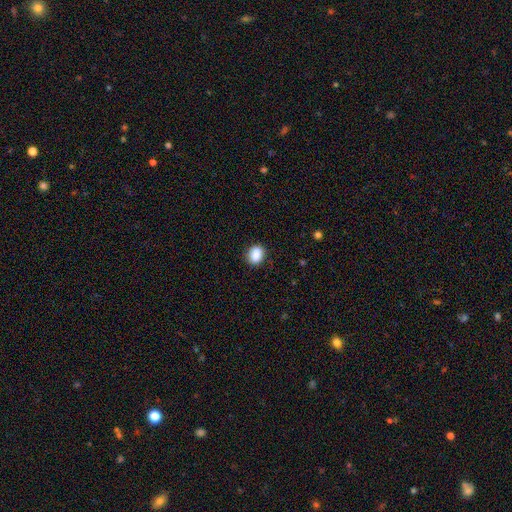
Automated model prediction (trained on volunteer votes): Q: Smooth or featured?
A: smooth (88%); runner-up: star or artifact (9%)
Q: How rounded?
A: round (54%); runner-up: in between (45%)
Q: Merging?
A: none (84%); runner-up: minor disturbance (12%)